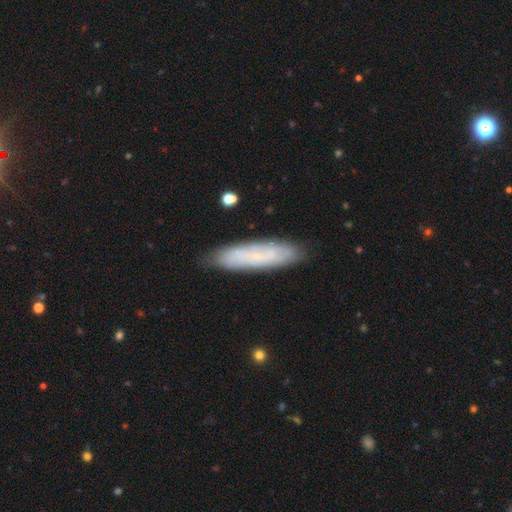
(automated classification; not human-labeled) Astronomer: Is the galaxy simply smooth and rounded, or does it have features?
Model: smooth — 51% (runner-up: featured or disk, 41%).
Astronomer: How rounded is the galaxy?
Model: cigar-shaped — 71%.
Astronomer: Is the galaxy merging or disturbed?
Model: none — 83%.